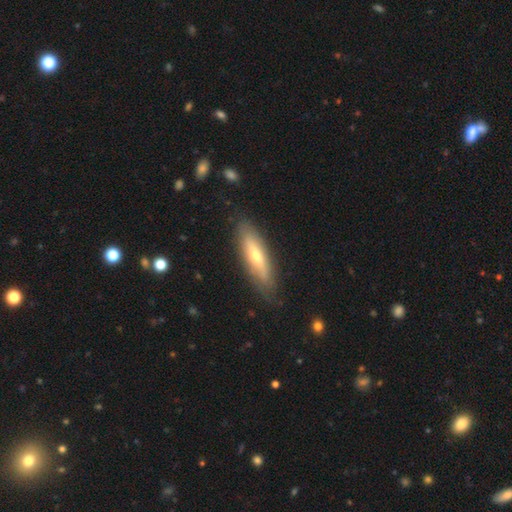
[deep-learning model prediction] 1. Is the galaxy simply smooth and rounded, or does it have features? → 48% featured or disk, 45% smooth, 7% star or artifact.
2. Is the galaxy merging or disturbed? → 85% none, 11% minor disturbance, 2% major disturbance, 1% merger.